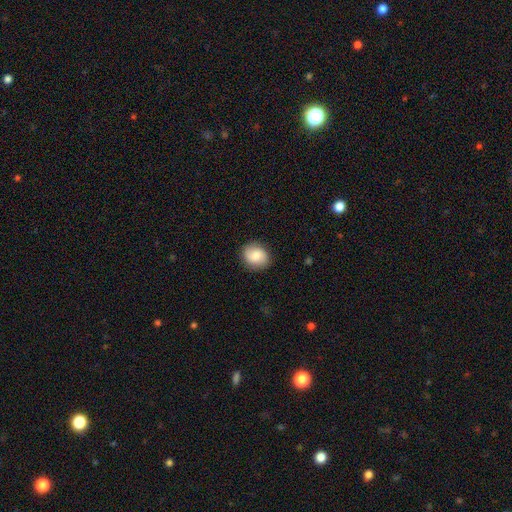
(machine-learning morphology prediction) This appears to be a smooth galaxy with no disk features (73%) that is round (62%). Merging: none (86%).